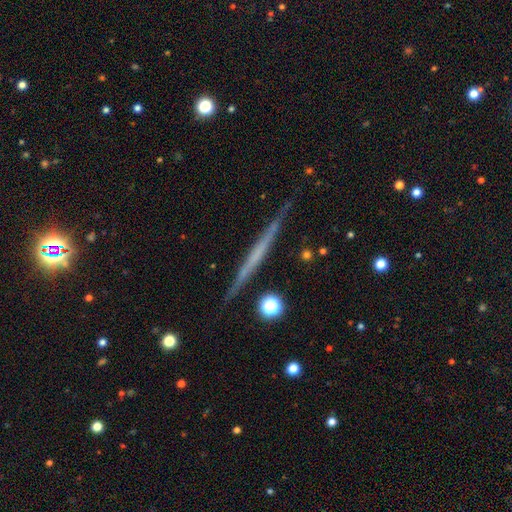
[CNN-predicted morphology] type=featured or disk (64%); edge-on=yes (98%); edge-on bulge=none (86%); merging=none (89%).